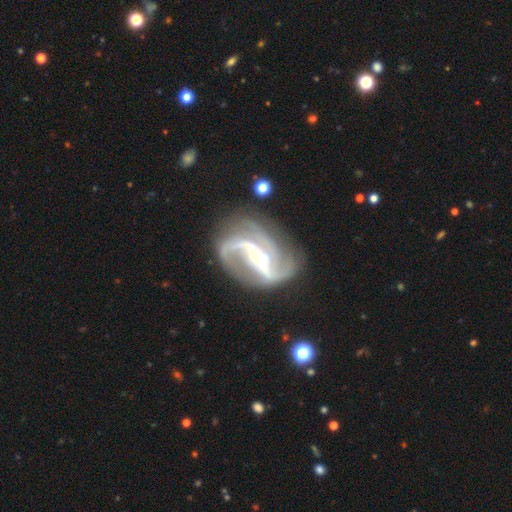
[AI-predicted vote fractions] smooth-or-featured: featured or disk: 92% | star or artifact: 5% | smooth: 3%
  disk-edge-on: no: 97% | yes: 3%
    bar: strong: 45% | weak: 30% | no: 25%
    has-spiral-arms: yes: 98% | no: 2%
      spiral-winding: medium: 45% | loose: 42% | tight: 13%
      spiral-arm-count: 2: 63% | 3: 19% | can't tell: 6% | 4: 4% | 1: 4% | more than 4: 4%
    bulge-size: small: 65% | moderate: 31% | large: 2% | none: 1% | dominant: 1%
  merging: none: 64% | minor disturbance: 19% | major disturbance: 13% | merger: 4%